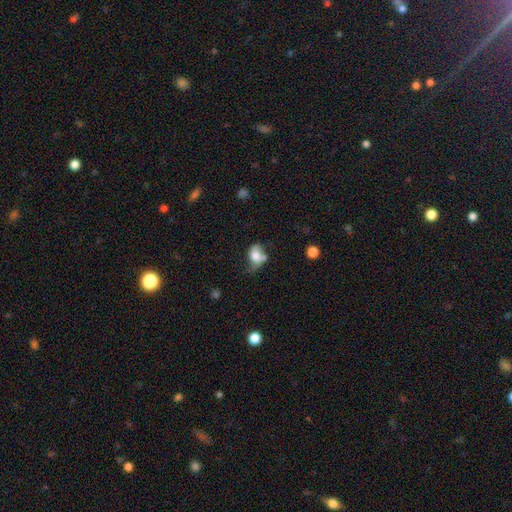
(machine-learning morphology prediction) Smooth or featured? Predicted: smooth (p=0.65). How rounded? Predicted: in between (p=0.73). Merging? Predicted: minor disturbance (p=0.30).